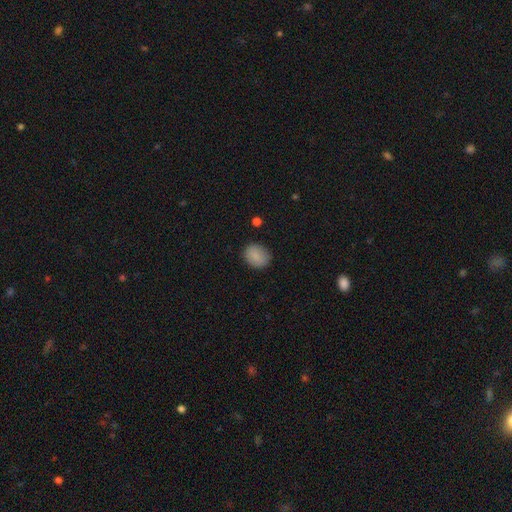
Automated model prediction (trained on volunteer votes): Q: Smooth or featured?
A: smooth (86%); runner-up: star or artifact (8%)
Q: How rounded?
A: round (59%); runner-up: in between (40%)
Q: Merging?
A: none (83%); runner-up: minor disturbance (13%)